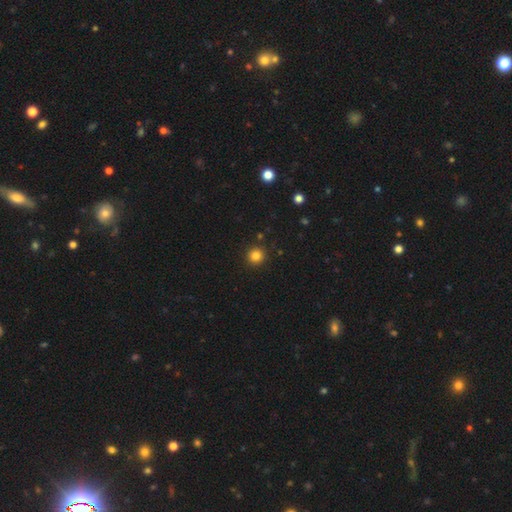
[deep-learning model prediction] Smooth or featured: smooth — 83% (star or artifact — 12%)
How rounded: round — 94% (in between — 5%)
Merging: none — 92% (minor disturbance — 5%)